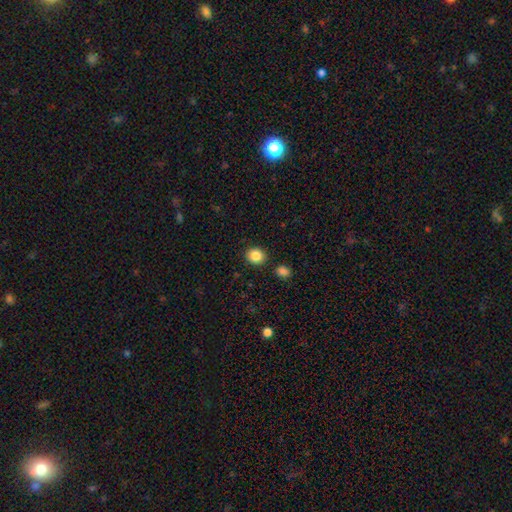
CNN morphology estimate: Overall: smooth (86%). How rounded: round (80%). Merging: none (89%).